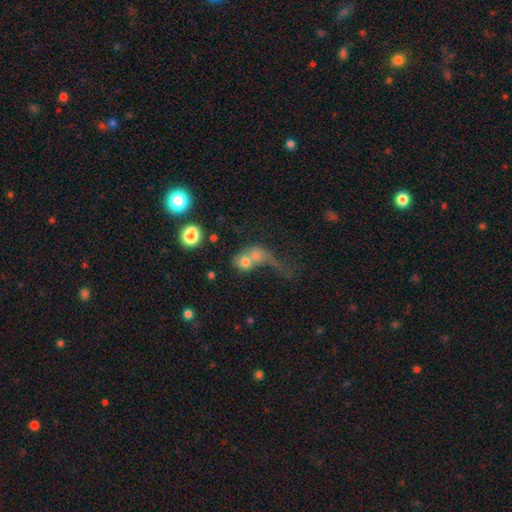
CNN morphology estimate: Smooth or featured? smooth (56%)
How rounded? round (60%)
Merging? merger (58%)